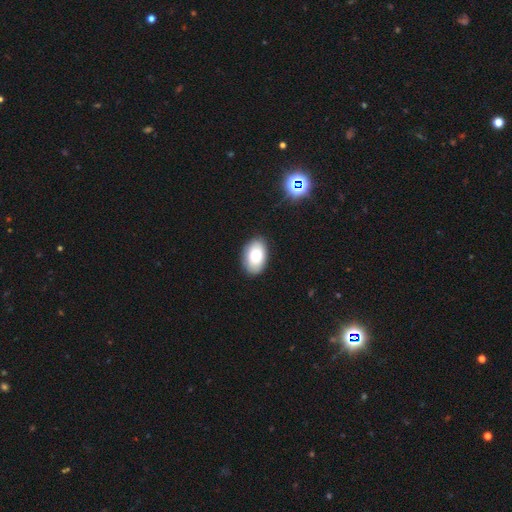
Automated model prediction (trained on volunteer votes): A smooth galaxy with no disk features (76%) that is in between round and cigar-shaped (89%). Merging: none (88%).